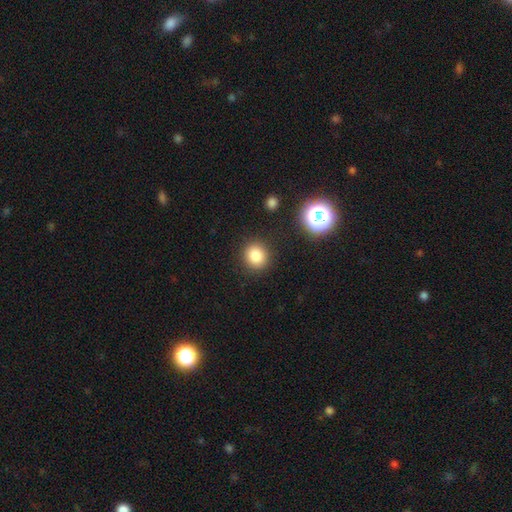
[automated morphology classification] smooth 82%, star or artifact 12%, featured or disk 6%. Down the decision tree: how rounded — round (83%); merging — none (88%).